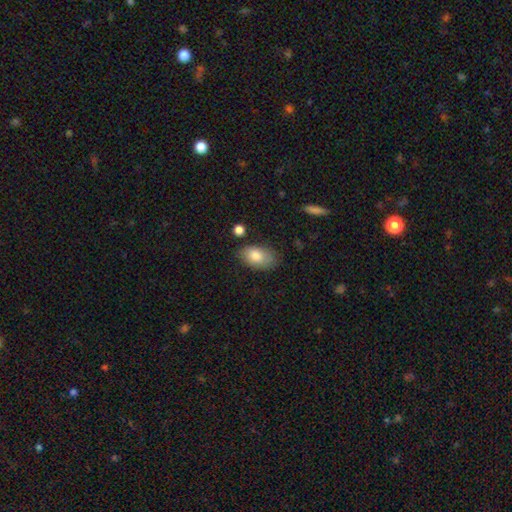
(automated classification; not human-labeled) The model was most divided on "merging": none: 72%, minor disturbance: 20%, major disturbance: 5%, merger: 3%. More confident: how rounded — in between (92%); smooth or featured — smooth (82%).